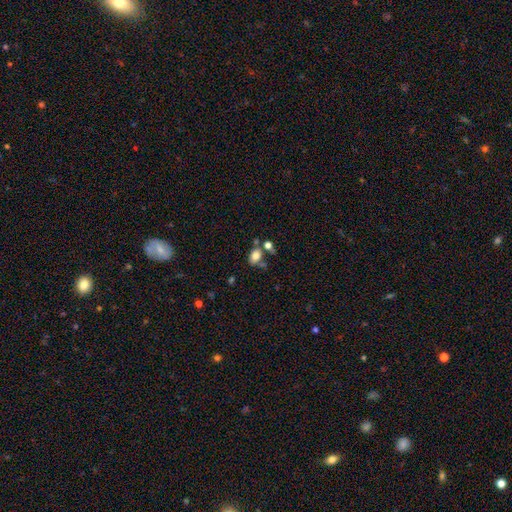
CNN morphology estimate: type=smooth (79%); roundness=in between (80%); merging=none (56%).